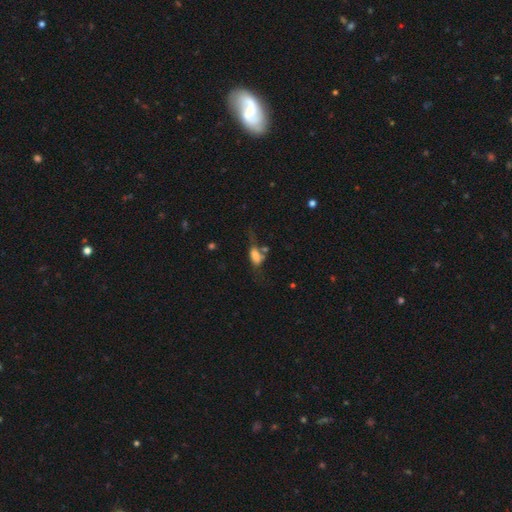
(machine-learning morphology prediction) A smooth galaxy with no disk features (61%) that is in between round and cigar-shaped (82%).

Vote fractions:
- Smooth or featured? smooth: 61% / featured or disk: 29% / star or artifact: 11%
- How rounded? in between: 82% / cigar-shaped: 10% / round: 7%
- Merging? none: 32% / major disturbance: 30% / minor disturbance: 23% / merger: 15%